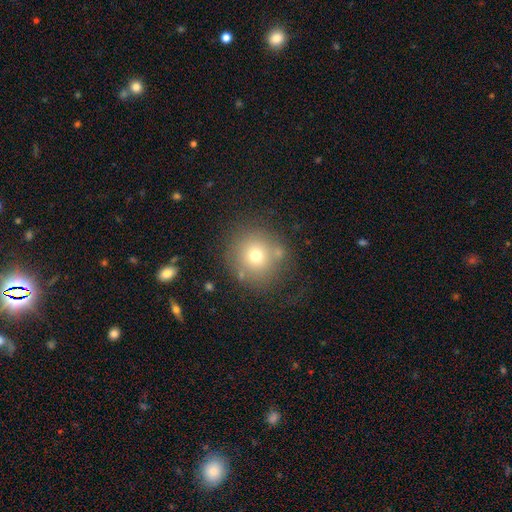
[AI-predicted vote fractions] This appears to be a smooth galaxy with no disk features (69%) that is round (93%). Merging: none (73%).